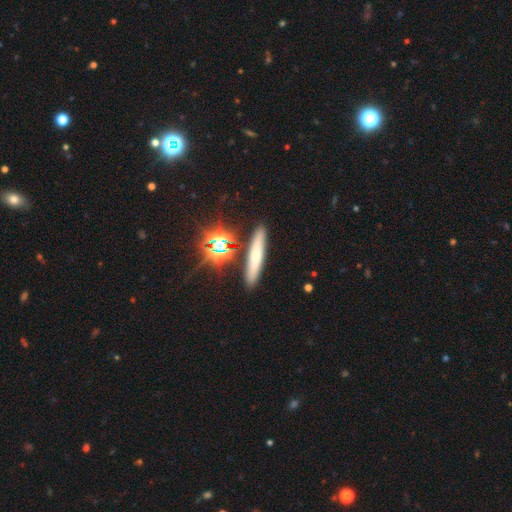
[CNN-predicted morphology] Q: Smooth or featured?
A: smooth (55%); runner-up: featured or disk (24%)
Q: How rounded?
A: cigar-shaped (82%); runner-up: in between (11%)
Q: Merging?
A: none (88%); runner-up: minor disturbance (7%)